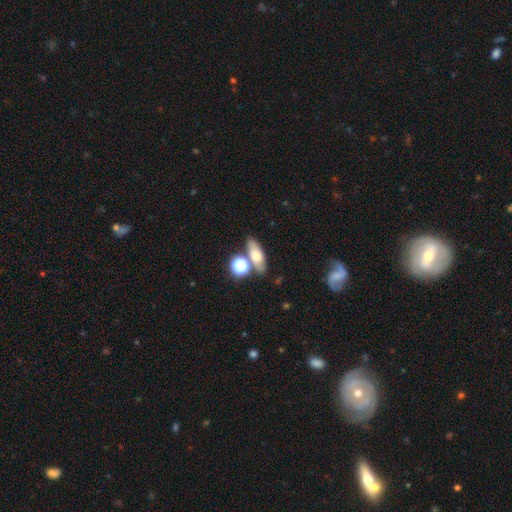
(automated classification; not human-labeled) smooth_or_featured: smooth (p=0.65) [alt: featured or disk p=0.22]
how_rounded: in between (p=0.60) [alt: cigar-shaped p=0.25]
merging: none (p=0.68) [alt: merger p=0.17]